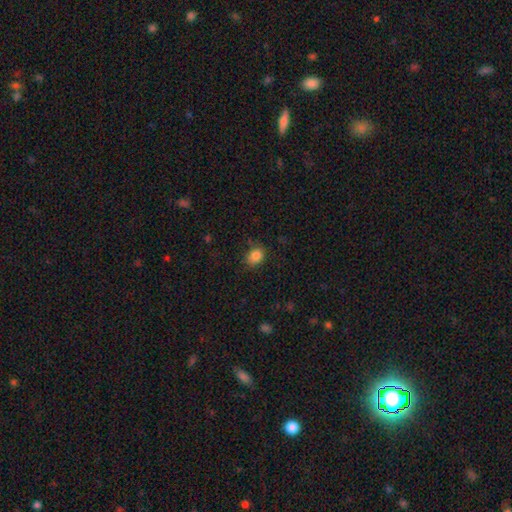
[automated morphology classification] smooth 84%, star or artifact 10%, featured or disk 5%. Down the decision tree: how rounded — in between (51%); merging — none (75%).